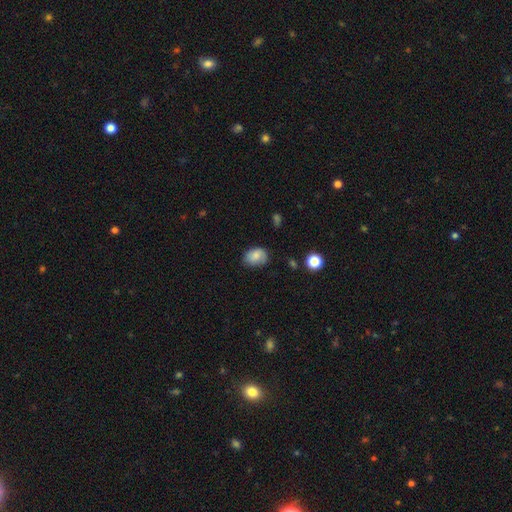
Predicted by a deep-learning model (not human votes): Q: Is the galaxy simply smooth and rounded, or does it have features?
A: smooth — 76%.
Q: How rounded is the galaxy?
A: in between — 67%.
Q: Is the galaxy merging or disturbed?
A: none — 67%.